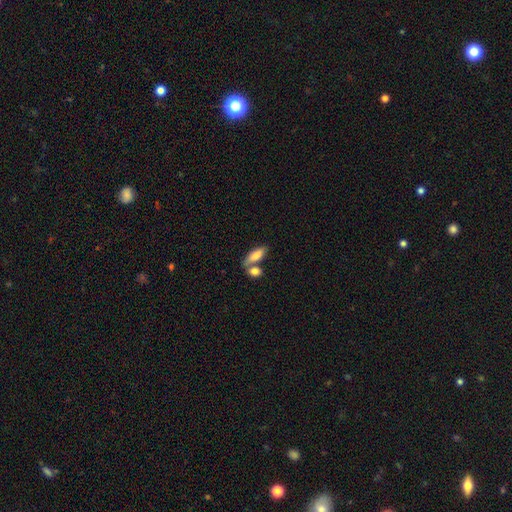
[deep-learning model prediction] Smooth or featured: smooth — 77% (featured or disk — 17%)
How rounded: in between — 70% (cigar-shaped — 25%)
Merging: none — 46% (merger — 39%)